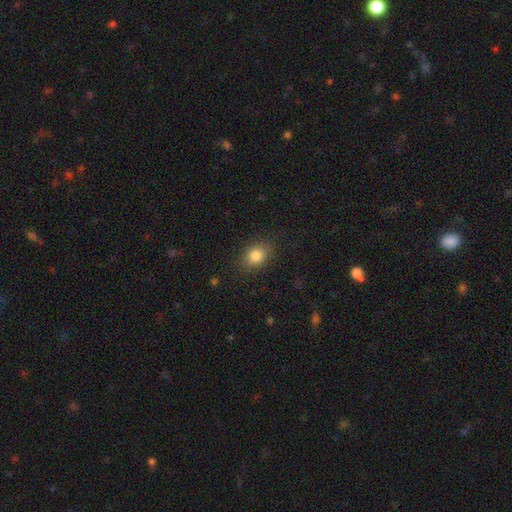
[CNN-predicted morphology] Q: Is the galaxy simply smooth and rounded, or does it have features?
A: smooth — 82%.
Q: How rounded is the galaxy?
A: in between — 61%.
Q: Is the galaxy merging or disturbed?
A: none — 83%.